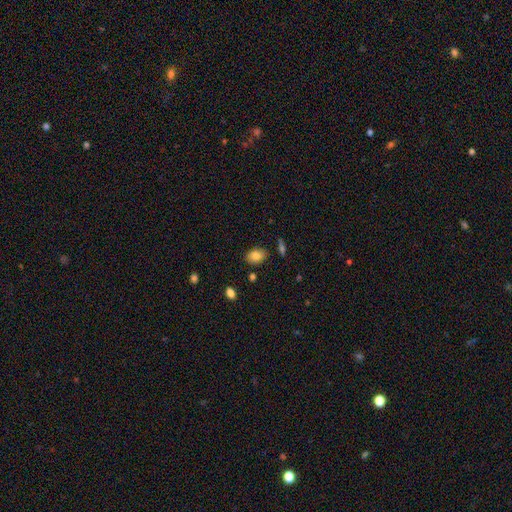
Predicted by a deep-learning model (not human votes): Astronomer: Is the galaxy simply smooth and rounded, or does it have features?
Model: smooth — 82%.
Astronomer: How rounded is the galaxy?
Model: in between — 80%.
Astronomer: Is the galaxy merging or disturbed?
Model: none — 83%.